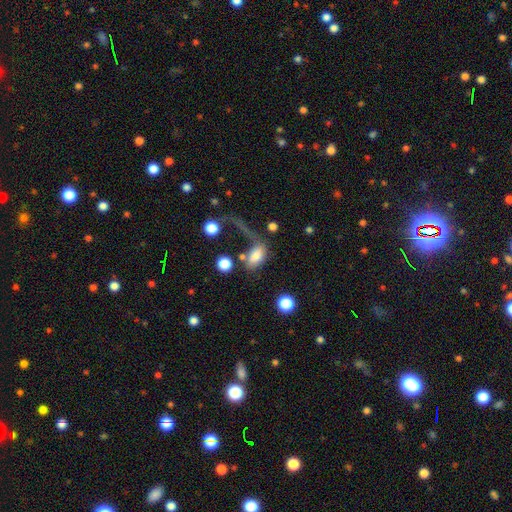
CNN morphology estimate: Smooth or featured?
  - smooth: 77% *
  - featured or disk: 14%
  - star or artifact: 10%
How rounded?
  - in between: 88% *
  - round: 8%
  - cigar-shaped: 4%
Merging?
  - none: 36% *
  - major disturbance: 24%
  - merger: 23%
  - minor disturbance: 17%